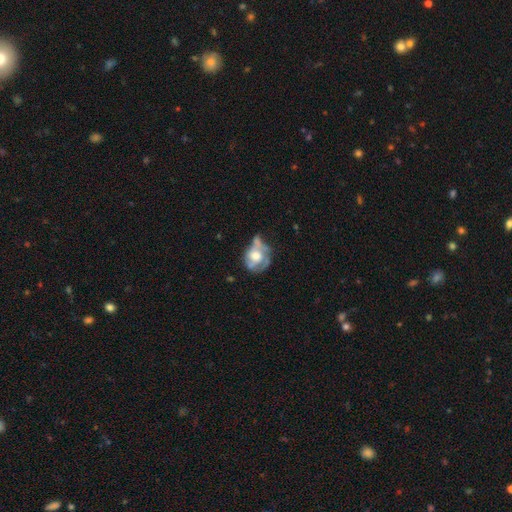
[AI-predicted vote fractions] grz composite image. It shows a featured or disk galaxy (58%) with no bar (82%), no spiral arms (55%) and a moderate central bulge (44%). Merging: none (31%).